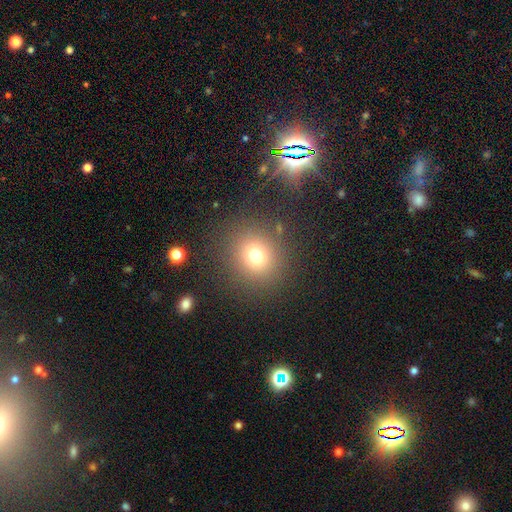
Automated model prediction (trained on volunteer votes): Morphology: type=smooth (73%); roundness=round (85%); merging=none (85%).